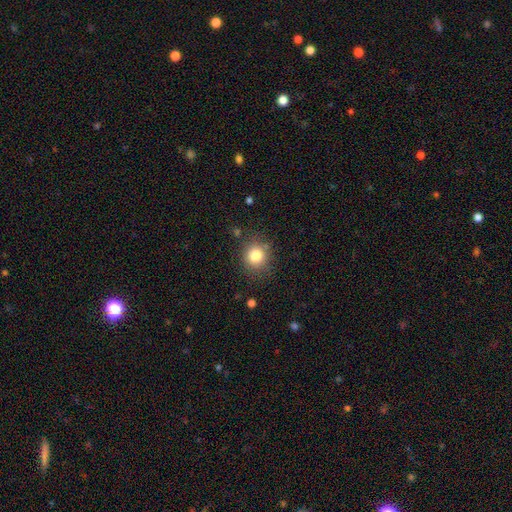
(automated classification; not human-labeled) A smooth galaxy with no disk features (82%) that is round (86%). Merging: none (83%).